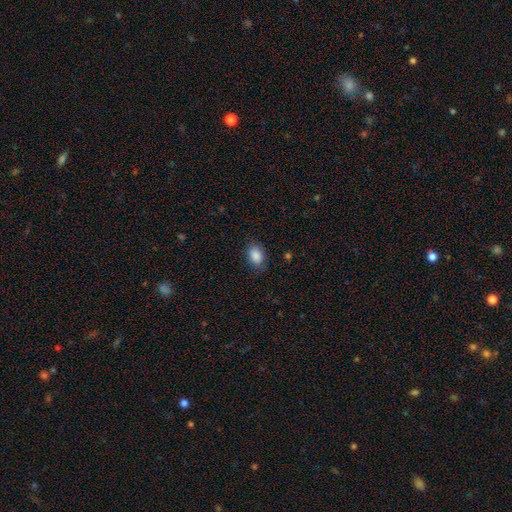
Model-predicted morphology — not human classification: smooth-or-featured: smooth: 88% | star or artifact: 8% | featured or disk: 4%
  how-rounded: in between: 82% | round: 17% | cigar-shaped: 1%
  merging: none: 80% | minor disturbance: 15% | major disturbance: 4% | merger: 1%